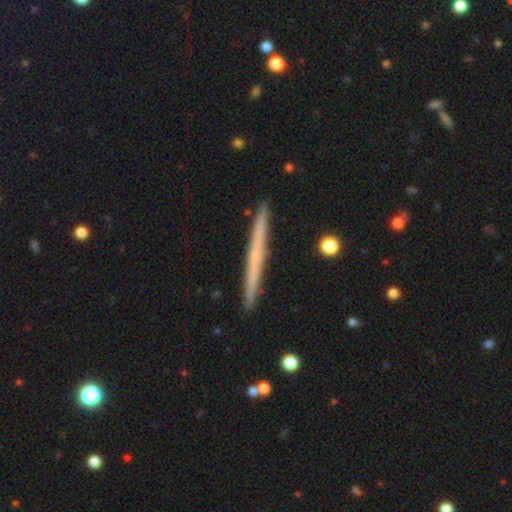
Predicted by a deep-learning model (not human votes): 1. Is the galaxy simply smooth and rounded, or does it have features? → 51% featured or disk, 42% smooth, 7% star or artifact.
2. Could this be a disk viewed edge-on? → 97% yes, 3% no.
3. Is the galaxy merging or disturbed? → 91% none, 6% minor disturbance, 1% merger, 1% major disturbance.